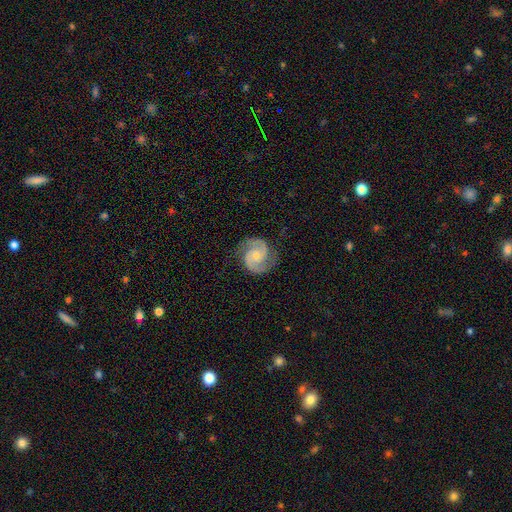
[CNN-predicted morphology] Q: Smooth or featured?
A: featured or disk (91%); runner-up: smooth (5%)
Q: Edge-on disk?
A: no (98%); runner-up: yes (2%)
Q: Bar?
A: no (66%); runner-up: weak (28%)
Q: Spiral arms?
A: yes (98%); runner-up: no (2%)
Q: Spiral winding?
A: medium (54%); runner-up: tight (37%)
Q: Spiral arm count?
A: 2 (93%); runner-up: can't tell (2%)
Q: Bulge size?
A: small (61%); runner-up: moderate (32%)
Q: Merging?
A: none (81%); runner-up: minor disturbance (14%)